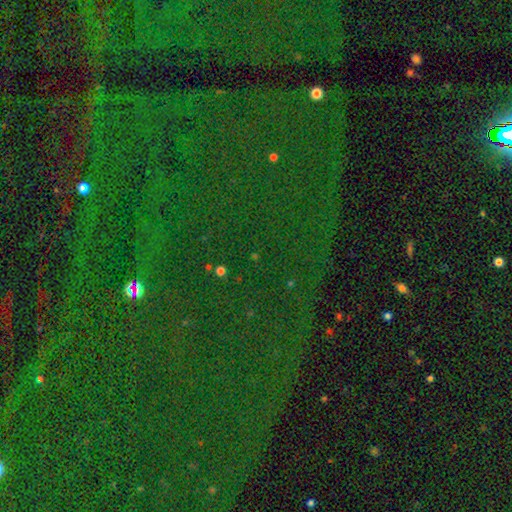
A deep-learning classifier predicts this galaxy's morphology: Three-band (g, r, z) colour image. It shows a star or artifact, not a galaxy (84%).